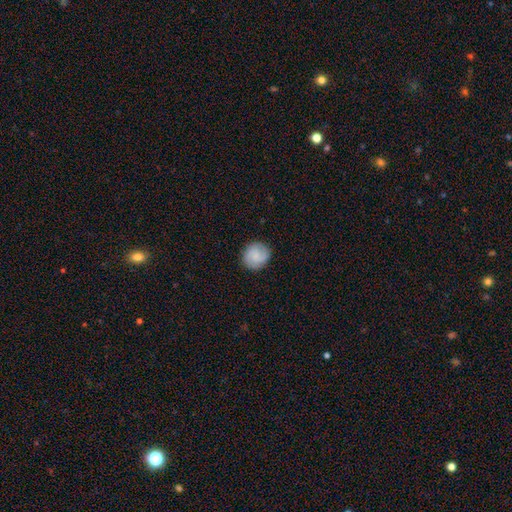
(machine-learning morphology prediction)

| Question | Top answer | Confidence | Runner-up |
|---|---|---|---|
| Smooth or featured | smooth | 62% | featured or disk (30%) |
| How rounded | round | 85% | in between (14%) |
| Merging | none | 87% | minor disturbance (9%) |